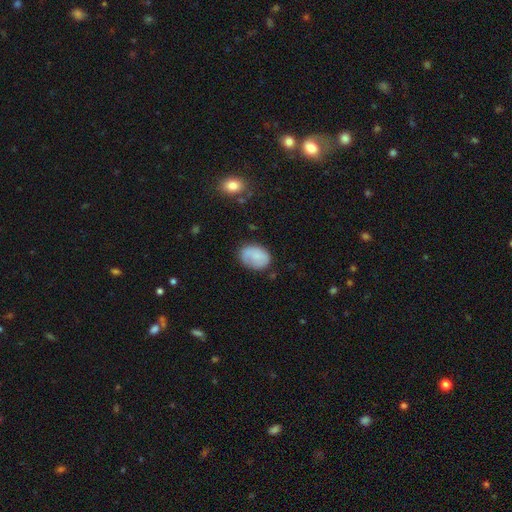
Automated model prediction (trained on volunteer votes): Q: Smooth or featured?
A: smooth (79%); runner-up: featured or disk (13%)
Q: How rounded?
A: in between (75%); runner-up: round (24%)
Q: Merging?
A: none (67%); runner-up: minor disturbance (24%)